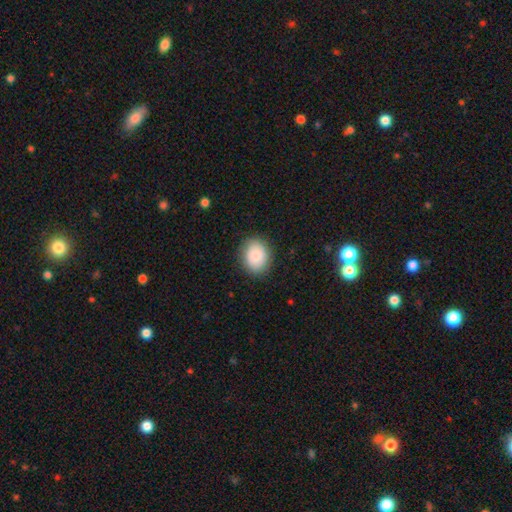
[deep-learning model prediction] Overall: smooth (86%). How rounded: round (50%; in between 49%). Merging: none (87%).